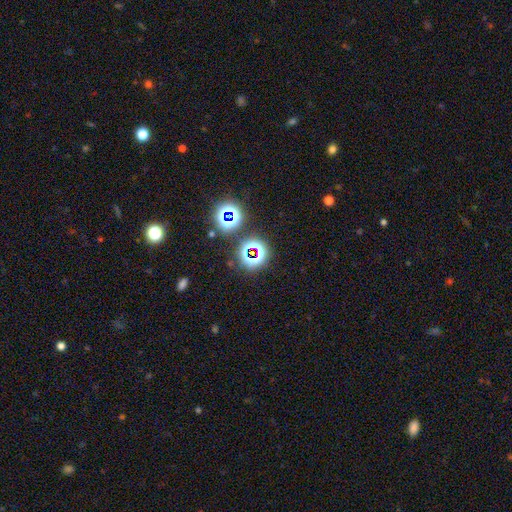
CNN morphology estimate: This appears to be a star or artifact, not a galaxy (68%).